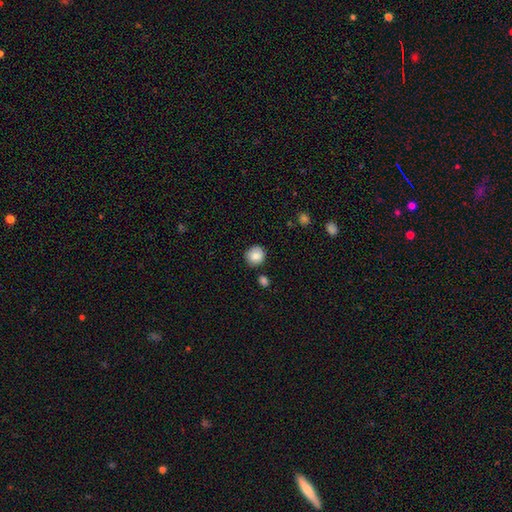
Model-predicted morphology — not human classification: A smooth galaxy with no disk features (85%) that is round (89%).

Vote fractions:
- Smooth or featured? smooth: 85% / star or artifact: 8% / featured or disk: 7%
- How rounded? round: 89% / in between: 10% / cigar-shaped: 1%
- Merging? none: 79% / minor disturbance: 14% / merger: 4% / major disturbance: 3%